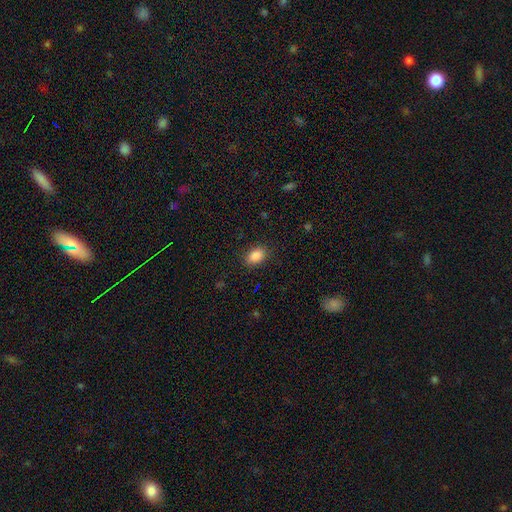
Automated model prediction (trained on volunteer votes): Smooth or featured: smooth — 87% (star or artifact — 9%)
How rounded: in between — 84% (round — 15%)
Merging: none — 87% (minor disturbance — 9%)